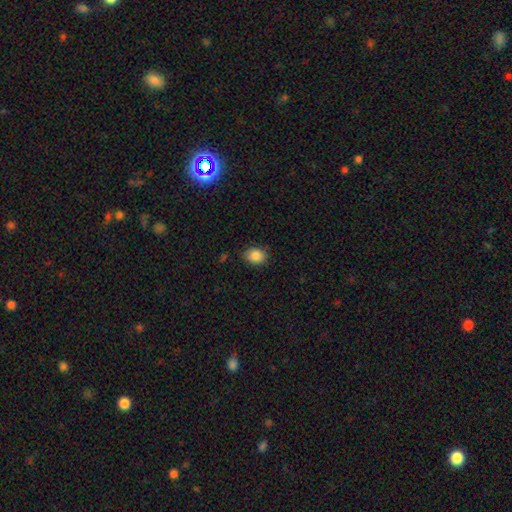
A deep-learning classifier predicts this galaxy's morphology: A smooth galaxy with no disk features (86%) that is in between round and cigar-shaped (50%). Merging: none (79%).